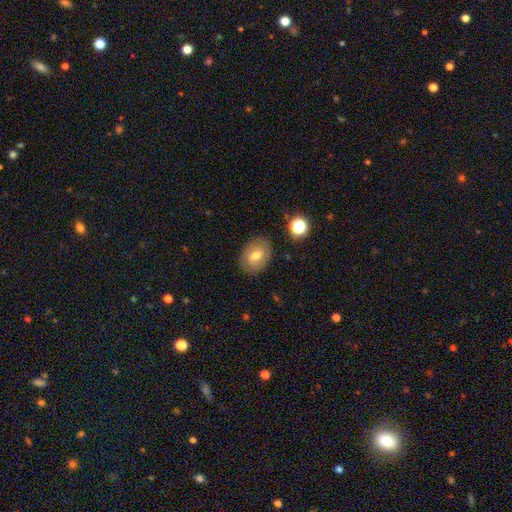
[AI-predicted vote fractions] smooth_or_featured: smooth (p=0.68) [alt: featured or disk p=0.22]
how_rounded: in between (p=0.71) [alt: round p=0.28]
merging: none (p=0.83) [alt: minor disturbance p=0.12]